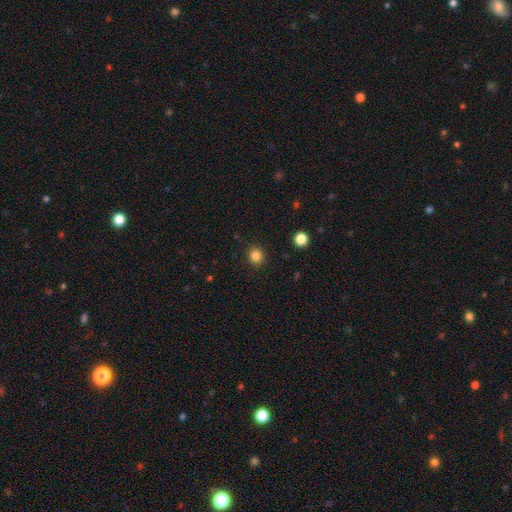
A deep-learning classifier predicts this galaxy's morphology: Smooth or featured? smooth (84%)
How rounded? round (87%)
Merging? none (91%)